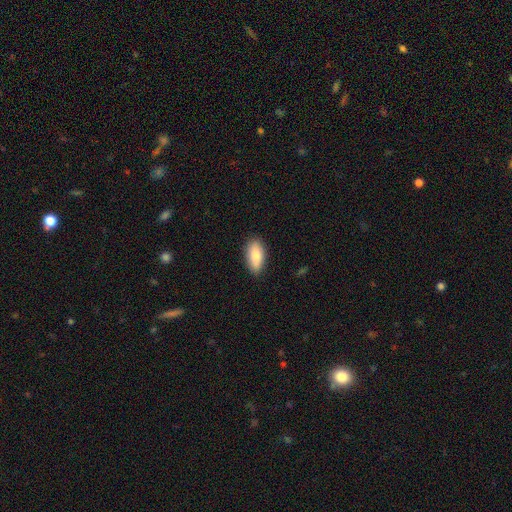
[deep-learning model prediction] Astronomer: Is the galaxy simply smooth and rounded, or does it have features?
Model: smooth — 82%.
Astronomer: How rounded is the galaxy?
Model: in between — 88%.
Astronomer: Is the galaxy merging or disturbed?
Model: none — 85%.